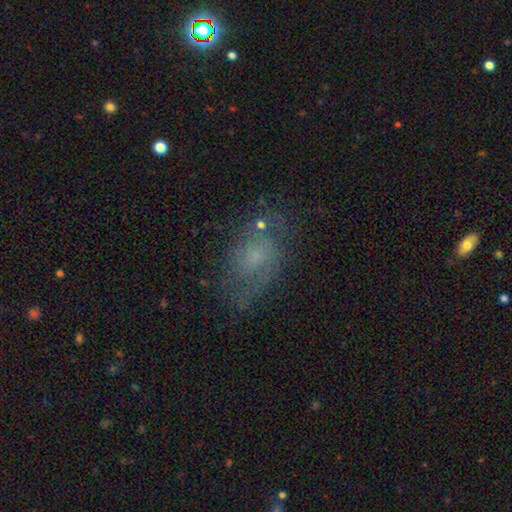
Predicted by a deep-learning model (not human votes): smooth-or-featured: featured or disk: 56% | smooth: 31% | star or artifact: 12%
  disk-edge-on: no: 95% | yes: 5%
    bar: no: 70% | weak: 27% | strong: 4%
    has-spiral-arms: yes: 75% | no: 25%
    bulge-size: small: 56% | moderate: 23% | none: 17% | large: 3% | dominant: 1%
  merging: none: 61% | minor disturbance: 22% | major disturbance: 14% | merger: 3%